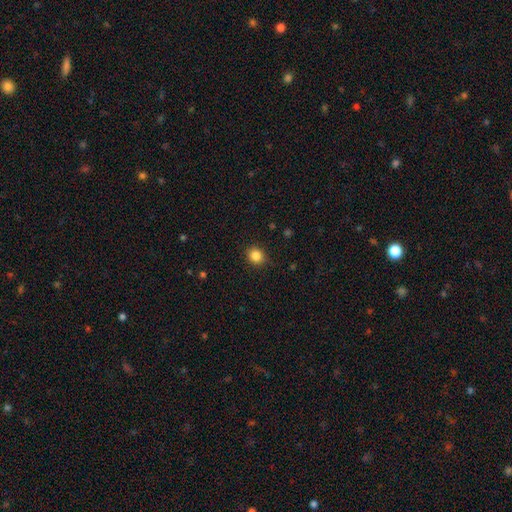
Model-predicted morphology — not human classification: The model was most divided on "how rounded": round: 76%, in between: 24%, cigar-shaped: 1%. More confident: merging — none (88%); smooth or featured — smooth (85%).